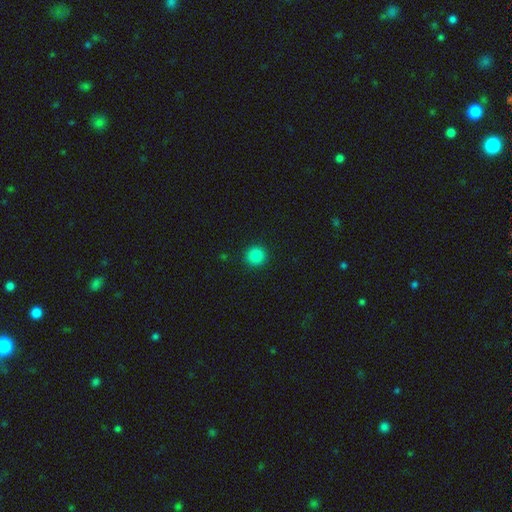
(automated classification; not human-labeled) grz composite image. It shows a smooth galaxy with no disk features (86%) that is round (94%). Merging: none (92%).